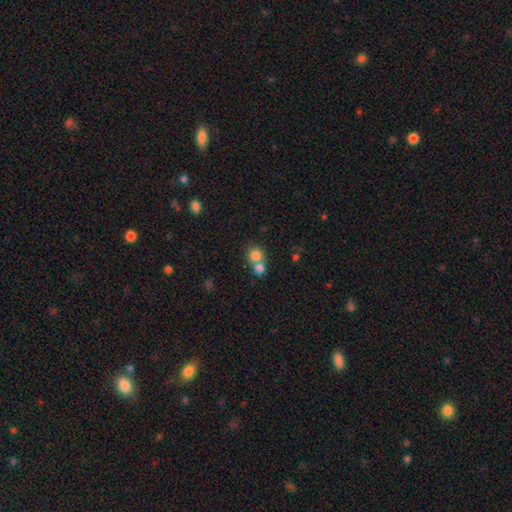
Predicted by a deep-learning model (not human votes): smooth-or-featured: smooth: 80% | star or artifact: 11% | featured or disk: 9%
  how-rounded: round: 87% | in between: 12% | cigar-shaped: 1%
  merging: merger: 51% | none: 41% | minor disturbance: 5% | major disturbance: 2%